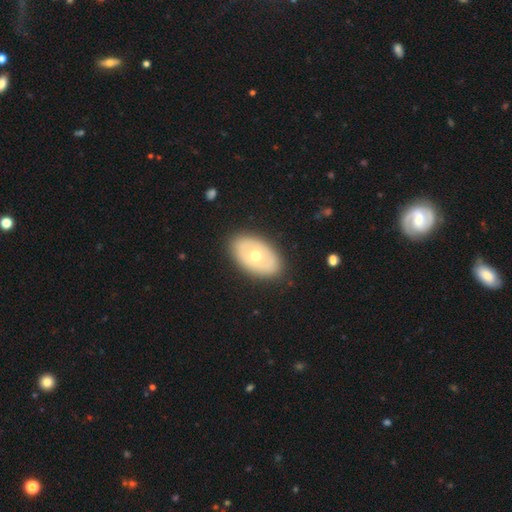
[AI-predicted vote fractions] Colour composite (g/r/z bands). It shows a smooth galaxy with no disk features (49%). Merging: none (87%).